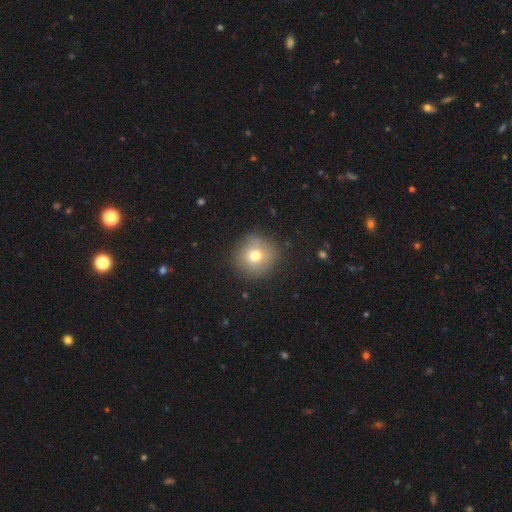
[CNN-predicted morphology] smooth-or-featured: smooth: 71% | featured or disk: 16% | star or artifact: 13%
  how-rounded: round: 93% | in between: 6% | cigar-shaped: 1%
  merging: none: 84% | minor disturbance: 11% | major disturbance: 4% | merger: 1%